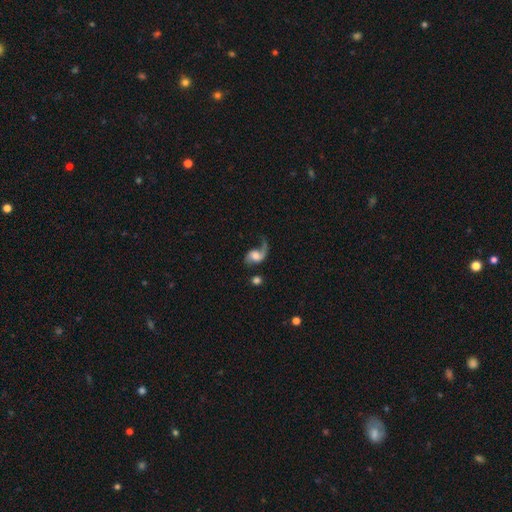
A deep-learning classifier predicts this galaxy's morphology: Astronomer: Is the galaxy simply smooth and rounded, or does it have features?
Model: featured or disk — 68%.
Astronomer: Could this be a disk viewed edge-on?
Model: no — 97%.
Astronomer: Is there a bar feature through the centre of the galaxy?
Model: no — 63%.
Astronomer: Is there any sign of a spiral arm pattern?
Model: yes — 91%.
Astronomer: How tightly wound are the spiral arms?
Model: loose — 77%.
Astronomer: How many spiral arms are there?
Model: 1 — 57% (runner-up: 2, 39%).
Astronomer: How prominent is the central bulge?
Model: moderate — 38% (runner-up: large, 23%).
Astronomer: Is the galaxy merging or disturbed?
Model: major disturbance — 39% (runner-up: none, 36%).